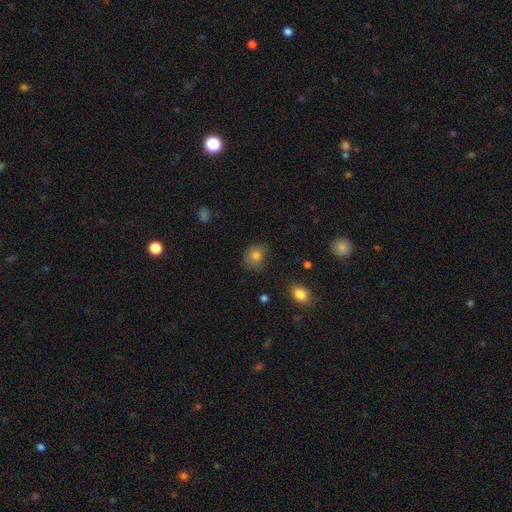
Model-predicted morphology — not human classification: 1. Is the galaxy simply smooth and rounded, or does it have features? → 80% smooth, 10% featured or disk, 10% star or artifact.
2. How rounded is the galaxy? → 68% round, 31% in between, 1% cigar-shaped.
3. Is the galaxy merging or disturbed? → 74% none, 20% minor disturbance, 5% major disturbance, 1% merger.